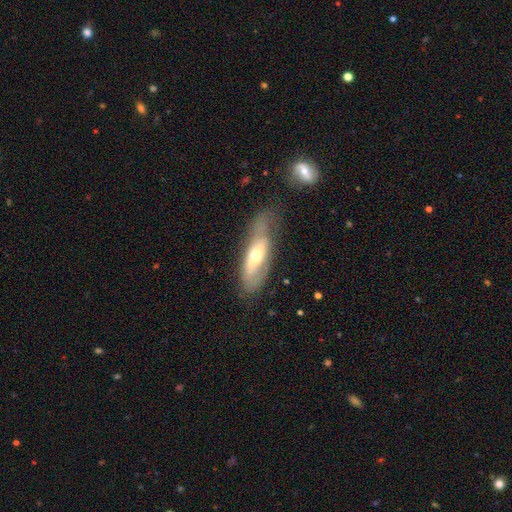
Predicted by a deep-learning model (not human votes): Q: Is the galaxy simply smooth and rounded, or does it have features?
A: featured or disk — 57%.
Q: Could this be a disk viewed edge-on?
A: no — 73%.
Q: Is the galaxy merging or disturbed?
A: none — 48%.